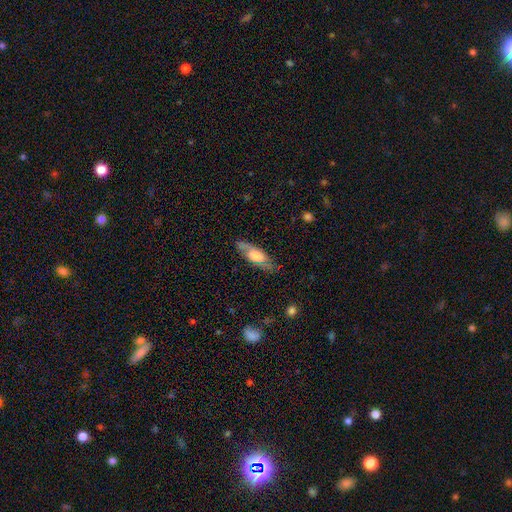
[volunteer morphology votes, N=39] A smooth galaxy with no disk features (49%) that is in between round and cigar-shaped (68%).

Vote fractions:
- Smooth or featured? smooth: 49% / featured or disk: 44% / star or artifact: 8%
- How rounded? in between: 68% / cigar-shaped: 32% / round: 0%
- Merging? none: 83% / minor disturbance: 11% / major disturbance: 3% / merger: 3%